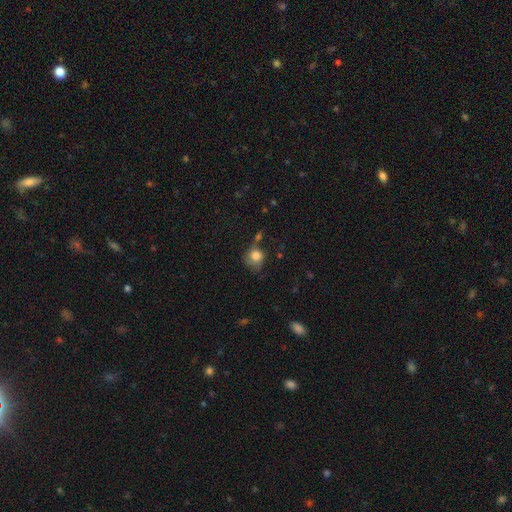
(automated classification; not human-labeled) This is clearly a smooth galaxy (80%). How rounded: likely round (77%). Merging: possibly none (45%).